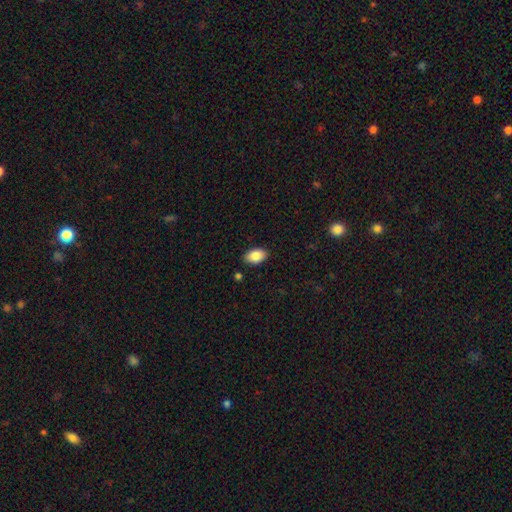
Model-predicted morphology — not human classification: smooth 87%, star or artifact 7%, featured or disk 6%. Down the decision tree: how rounded — in between (92%); merging — none (87%).